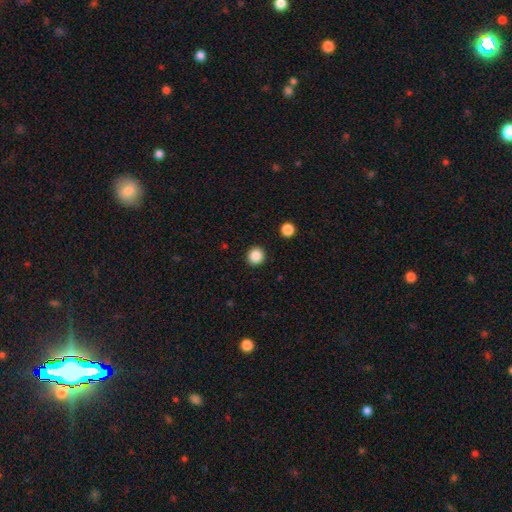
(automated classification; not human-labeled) Overall: smooth (87%). How rounded: round (94%). Merging: none (93%).